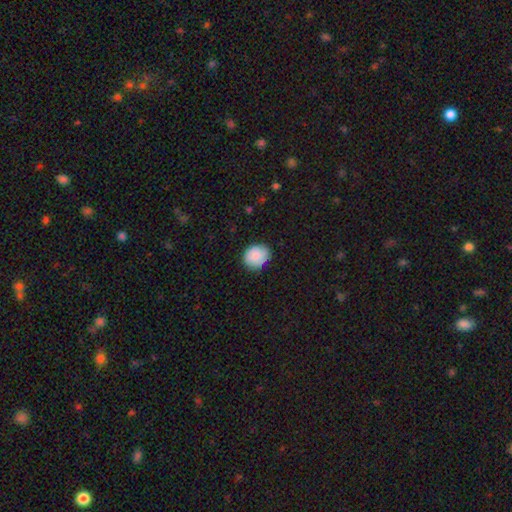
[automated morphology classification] Smooth or featured?
  - smooth: 78% *
  - featured or disk: 14%
  - star or artifact: 8%
How rounded?
  - round: 66% *
  - in between: 34%
  - cigar-shaped: 1%
Merging?
  - none: 75% *
  - minor disturbance: 20%
  - major disturbance: 4%
  - merger: 1%